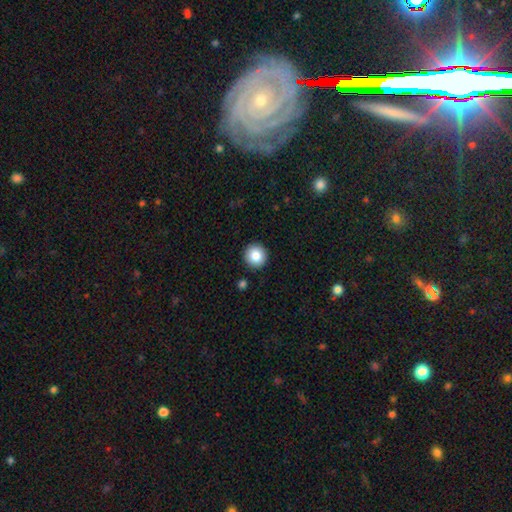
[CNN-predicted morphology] This appears to be a smooth galaxy with no disk features (85%) that is round (95%). Merging: none (91%).